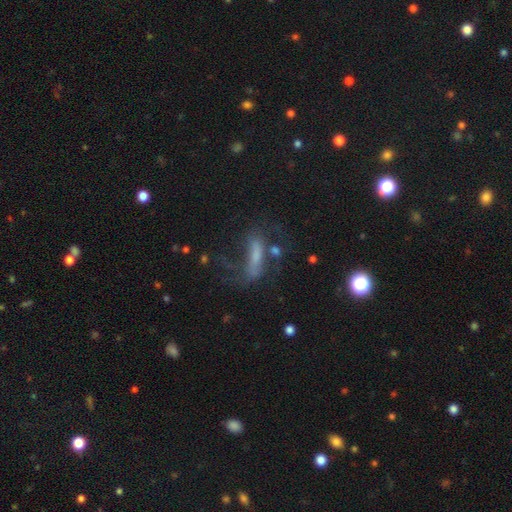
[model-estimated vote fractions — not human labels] Smooth or featured? featured or disk (46%)
Merging? none (39%)